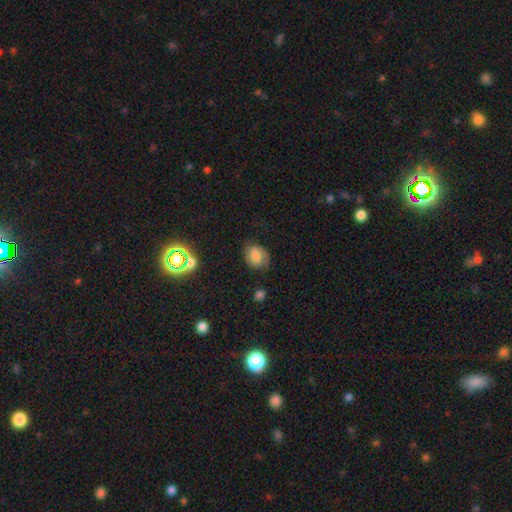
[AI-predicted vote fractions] Morphology: type=smooth (52%); roundness=round (55%); merging=none (67%).